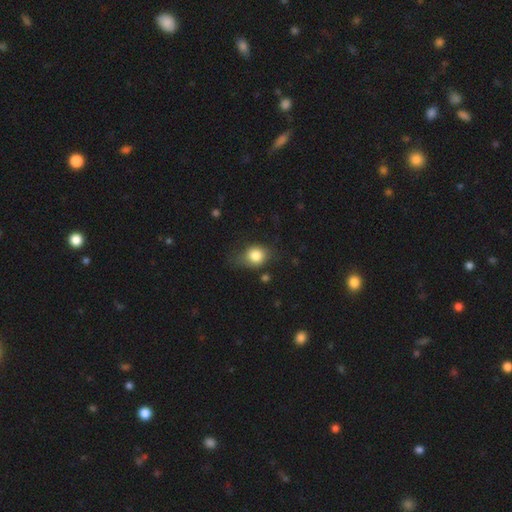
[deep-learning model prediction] Q: Smooth or featured?
A: smooth (80%); runner-up: featured or disk (10%)
Q: How rounded?
A: round (59%); runner-up: in between (40%)
Q: Merging?
A: none (56%); runner-up: minor disturbance (30%)